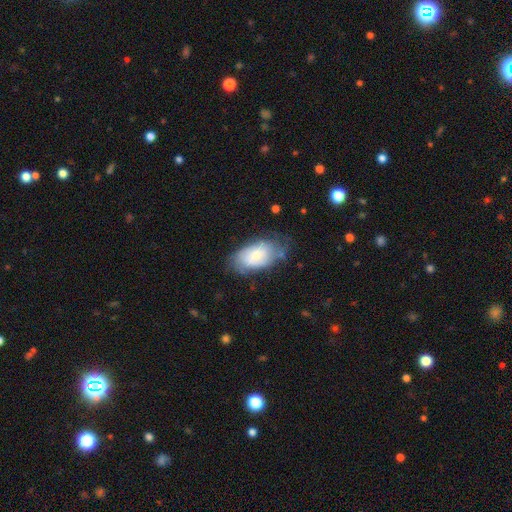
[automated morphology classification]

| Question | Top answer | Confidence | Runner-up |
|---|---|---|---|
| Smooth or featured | smooth | 52% | featured or disk (41%) |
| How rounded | in between | 91% | round (7%) |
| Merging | none | 60% | minor disturbance (27%) |